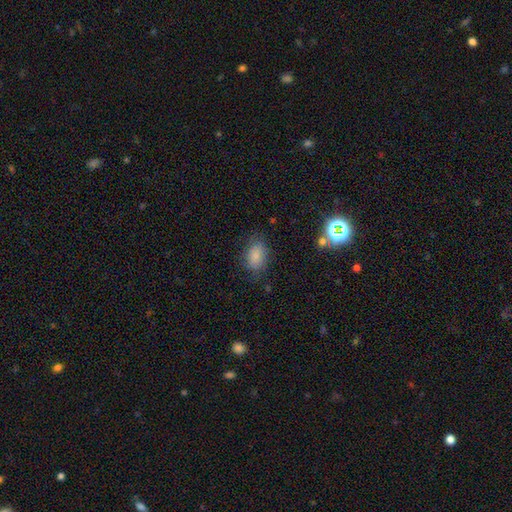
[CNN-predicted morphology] smooth_or_featured: smooth (p=0.83) [alt: star or artifact p=0.10]
how_rounded: in between (p=0.84) [alt: round p=0.14]
merging: none (p=0.72) [alt: minor disturbance p=0.20]